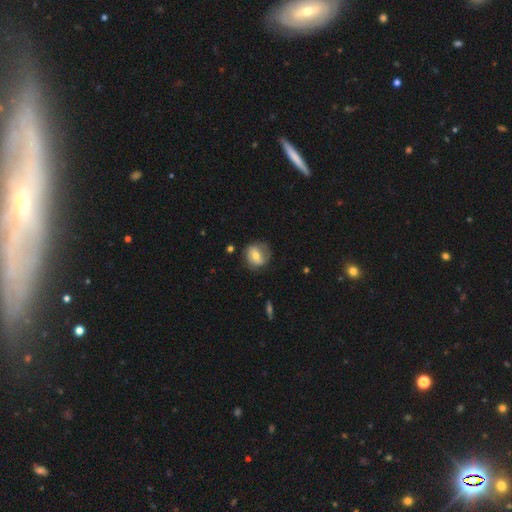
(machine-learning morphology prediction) type=smooth (50%); merging=none (68%).